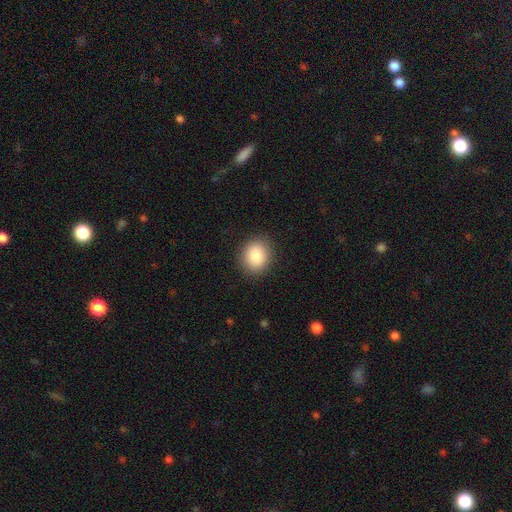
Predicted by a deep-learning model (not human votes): Smooth or featured?
  - smooth: 86% *
  - star or artifact: 8%
  - featured or disk: 6%
How rounded?
  - round: 74% *
  - in between: 25%
  - cigar-shaped: 1%
Merging?
  - none: 90% *
  - minor disturbance: 7%
  - major disturbance: 2%
  - merger: 1%